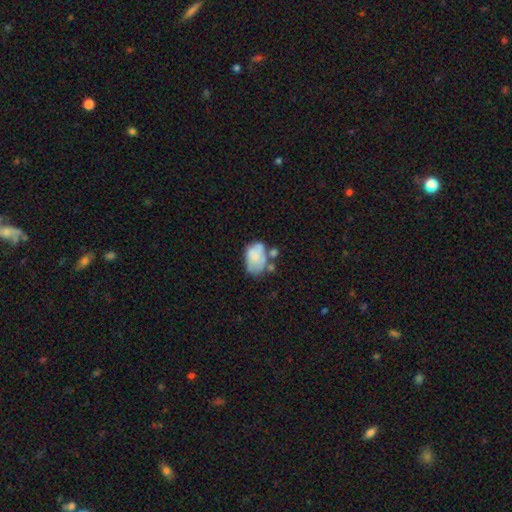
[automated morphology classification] This appears to be a smooth galaxy with no disk features (61%) that is in between round and cigar-shaped (83%). Merging: none (33%).